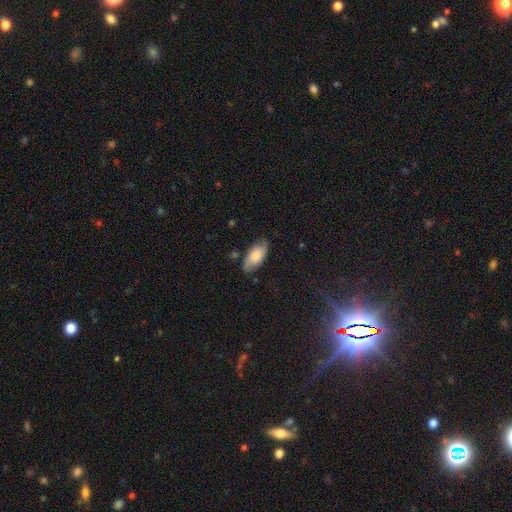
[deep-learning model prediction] Morphology: type=smooth (71%); roundness=in between (91%); merging=none (76%).